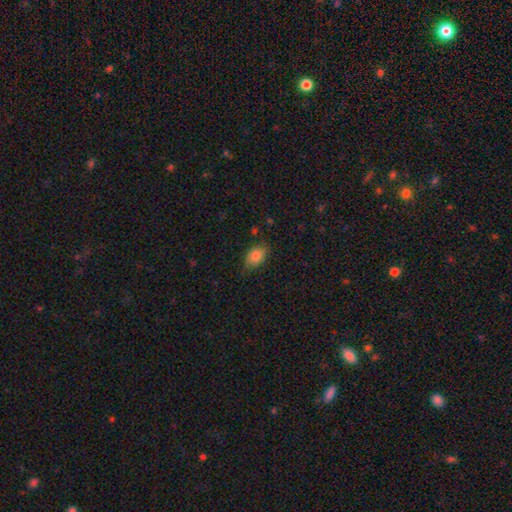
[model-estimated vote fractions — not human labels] Smooth or featured? Predicted: smooth (p=0.81). How rounded? Predicted: in between (p=0.83). Merging? Predicted: none (p=0.70).